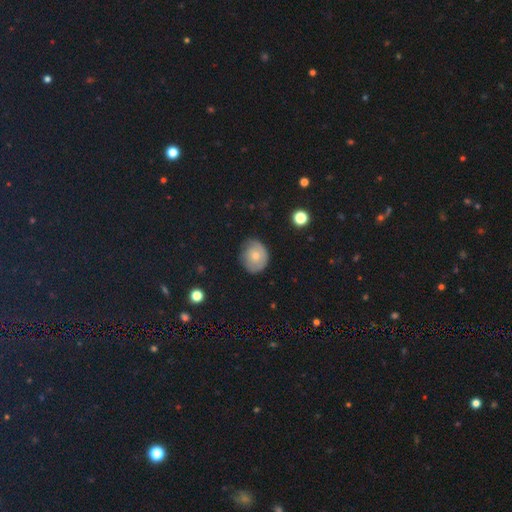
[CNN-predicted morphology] A smooth galaxy with no disk features (62%) that is round (67%). Merging: none (67%).